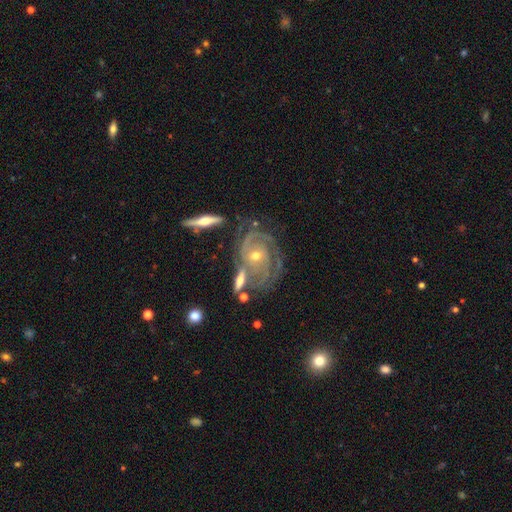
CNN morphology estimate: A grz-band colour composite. It shows a featured or disk galaxy (89%) with no bar (72%), 2 (32%) tight (74%) spiral arms (97%) and a small central bulge (53%). Merging: none (60%).